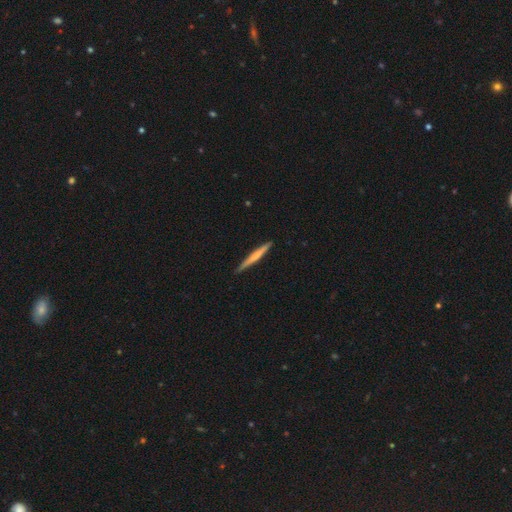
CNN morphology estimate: smooth_or_featured: smooth (p=0.49) [alt: featured or disk p=0.46]
merging: none (p=0.89) [alt: minor disturbance p=0.08]